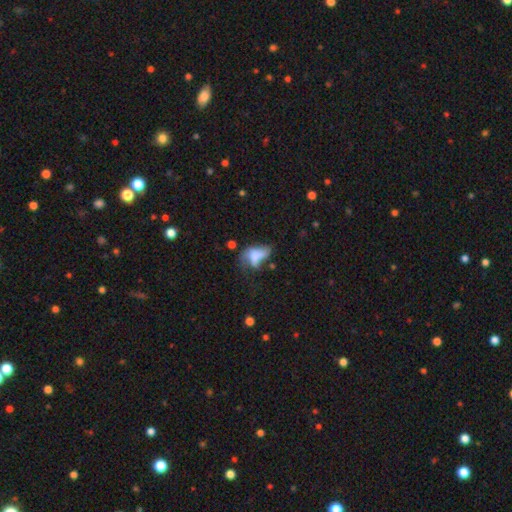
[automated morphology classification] smooth-or-featured: smooth: 56% | featured or disk: 33% | star or artifact: 11%
  how-rounded: in between: 86% | round: 10% | cigar-shaped: 4%
  merging: major disturbance: 47% | minor disturbance: 21% | none: 20% | merger: 12%